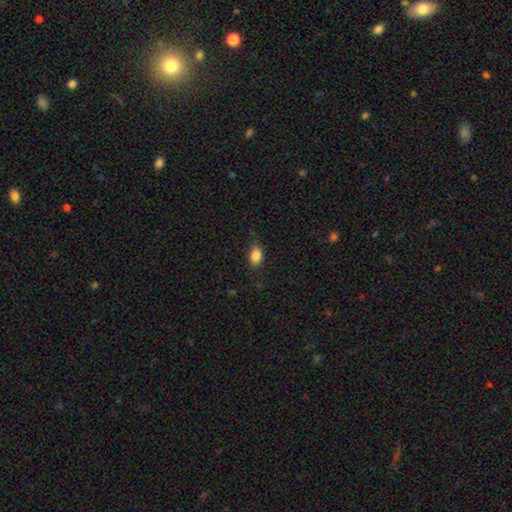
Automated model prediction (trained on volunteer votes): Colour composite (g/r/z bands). It shows a smooth galaxy with no disk features (86%) that is in between round and cigar-shaped (84%). Merging: none (78%).